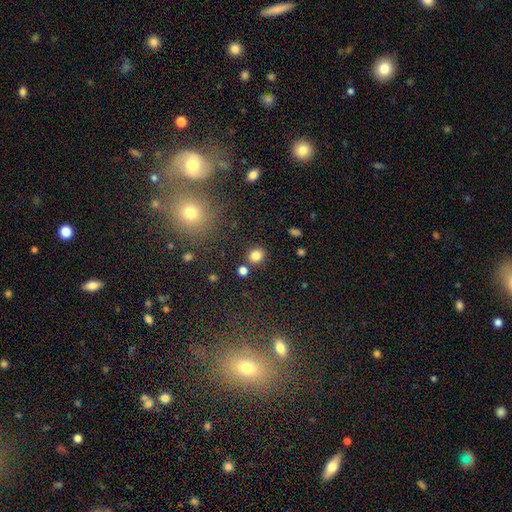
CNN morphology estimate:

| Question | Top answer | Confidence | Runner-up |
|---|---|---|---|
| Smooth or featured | smooth | 82% | star or artifact (12%) |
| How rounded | round | 71% | in between (28%) |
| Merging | none | 81% | minor disturbance (9%) |